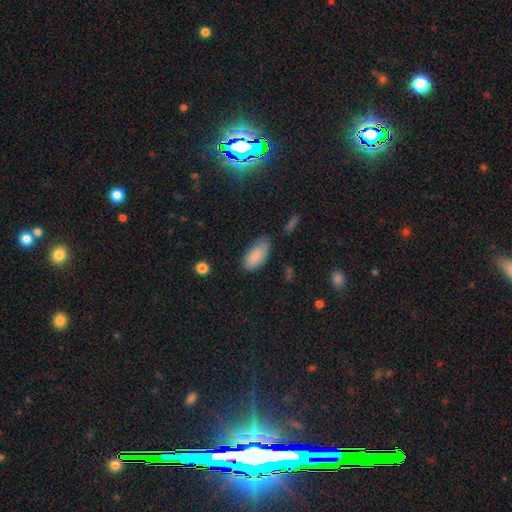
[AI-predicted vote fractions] This appears to be a smooth galaxy with no disk features (86%) that is in between round and cigar-shaped (91%). Merging: none (71%).